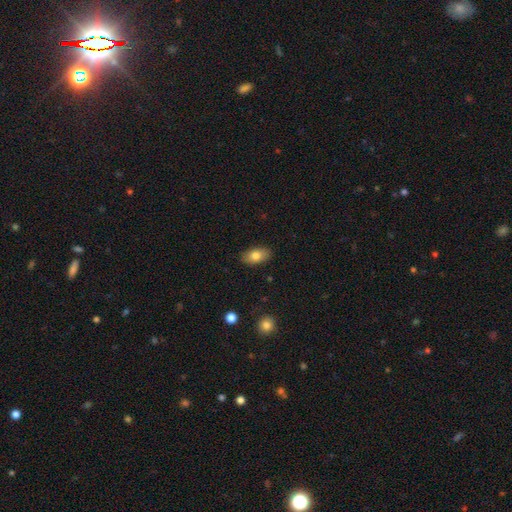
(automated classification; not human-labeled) Smooth or featured?
  - smooth: 80% *
  - featured or disk: 12%
  - star or artifact: 7%
How rounded?
  - in between: 91% *
  - round: 6%
  - cigar-shaped: 3%
Merging?
  - none: 87% *
  - minor disturbance: 9%
  - major disturbance: 2%
  - merger: 1%